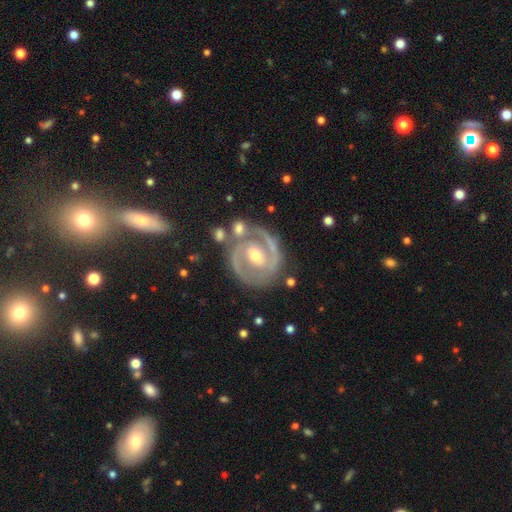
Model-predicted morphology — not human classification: Smooth or featured? featured or disk (88%)
Edge-on disk? no (97%)
Bar? weak (41%)
Spiral arms? yes (94%)
Spiral winding? tight (58%)
Spiral arm count? 2 (83%)
Bulge size? moderate (59%)
Merging? none (72%)